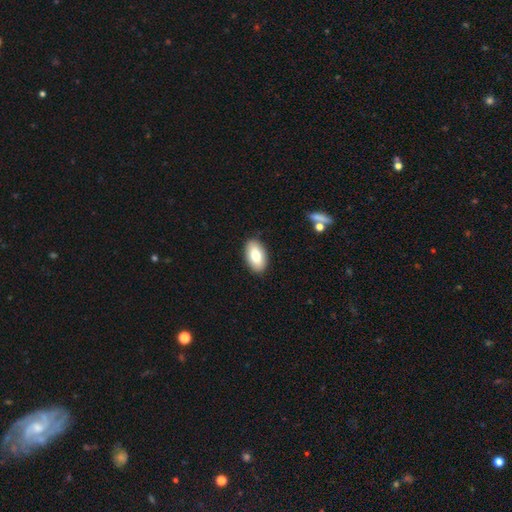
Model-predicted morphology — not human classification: Smooth or featured? Predicted: smooth (p=0.79). How rounded? Predicted: in between (p=0.94). Merging? Predicted: none (p=0.89).